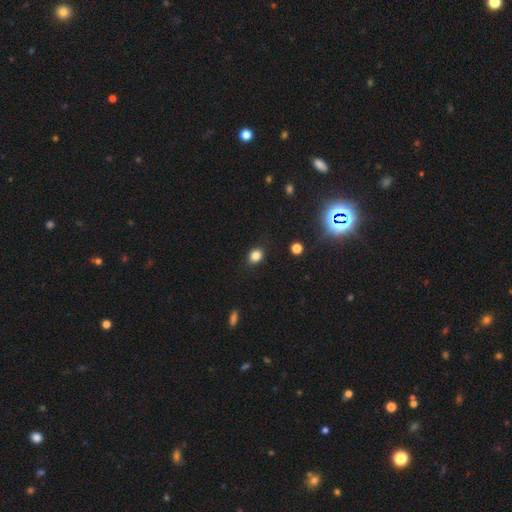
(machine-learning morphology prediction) This appears to be a smooth galaxy with no disk features (83%) that is round (56%). Merging: none (85%).